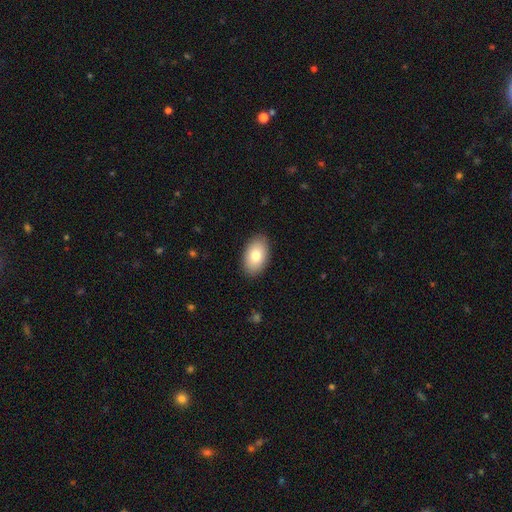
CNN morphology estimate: type=smooth (80%); roundness=in between (92%); merging=none (88%).